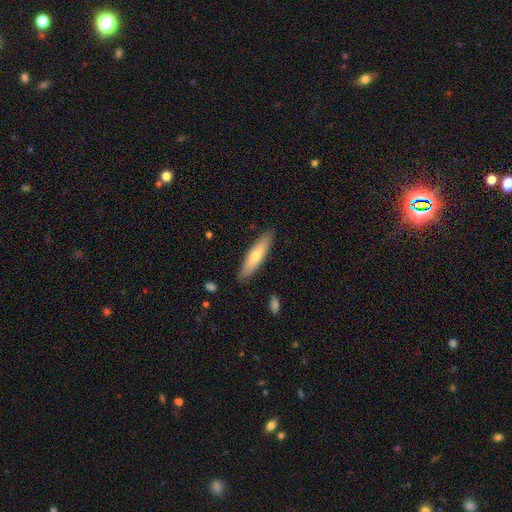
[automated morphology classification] The model was most divided on "smooth or featured": smooth: 64%, featured or disk: 31%, star or artifact: 6%. More confident: merging — none (88%); how rounded — cigar-shaped (71%).